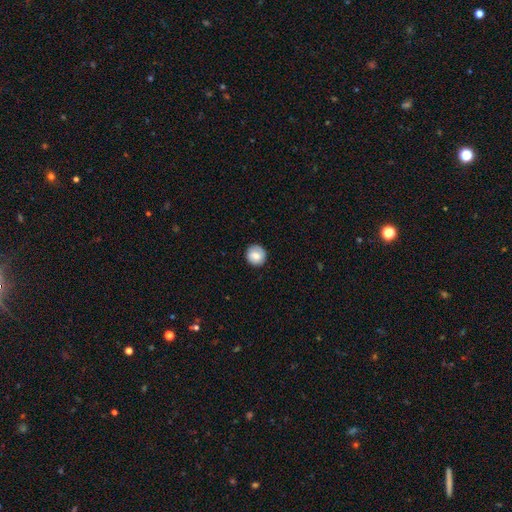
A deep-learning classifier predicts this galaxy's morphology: A smooth galaxy with no disk features (78%) that is round (92%). Merging: none (86%).